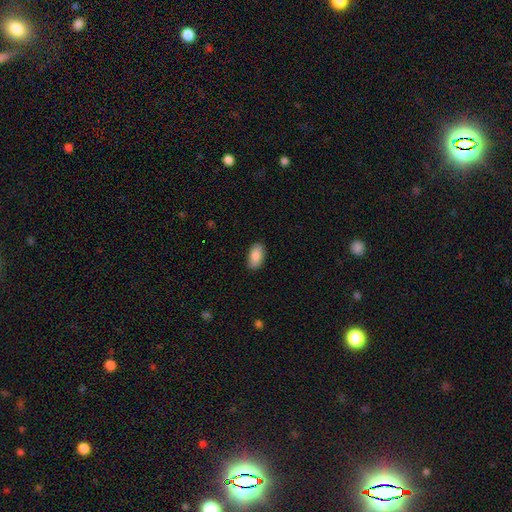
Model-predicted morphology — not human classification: smooth_or_featured: smooth (p=0.87) [alt: featured or disk p=0.07]
how_rounded: in between (p=0.94) [alt: round p=0.03]
merging: none (p=0.86) [alt: minor disturbance p=0.11]